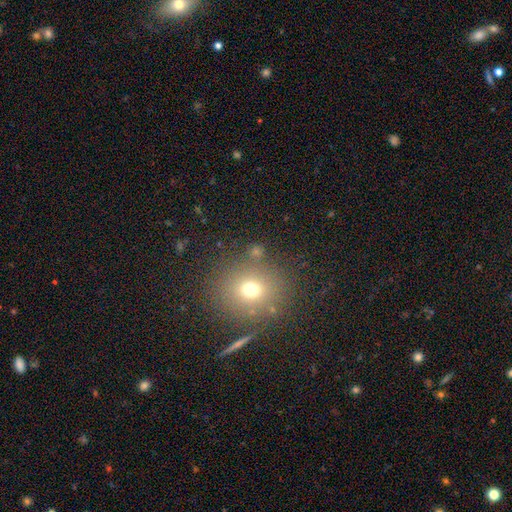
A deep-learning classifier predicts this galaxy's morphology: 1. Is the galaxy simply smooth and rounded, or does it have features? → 65% smooth, 23% star or artifact, 12% featured or disk.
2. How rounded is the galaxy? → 79% round, 20% in between, 1% cigar-shaped.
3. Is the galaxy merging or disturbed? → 81% none, 9% minor disturbance, 6% merger, 4% major disturbance.